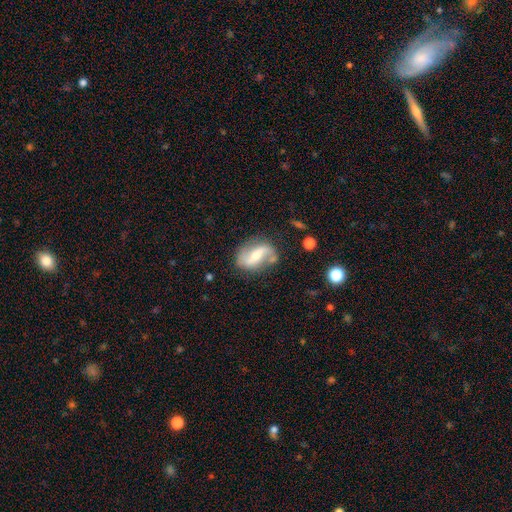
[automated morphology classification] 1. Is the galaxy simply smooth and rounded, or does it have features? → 76% featured or disk, 18% smooth, 6% star or artifact.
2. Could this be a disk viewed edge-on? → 95% no, 5% yes.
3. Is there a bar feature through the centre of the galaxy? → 38% strong (tied), 38% weak (tied), 24% no.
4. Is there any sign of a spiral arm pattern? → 90% yes, 10% no.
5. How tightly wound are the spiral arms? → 69% loose, 23% medium, 7% tight.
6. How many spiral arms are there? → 89% 2, 5% 1, 4% can't tell, 1% 3, 1% 4, 1% more than 4.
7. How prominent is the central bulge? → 47% moderate, 39% small, 6% large, 6% none, 2% dominant.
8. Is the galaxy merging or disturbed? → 68% none, 19% minor disturbance, 8% major disturbance, 5% merger.